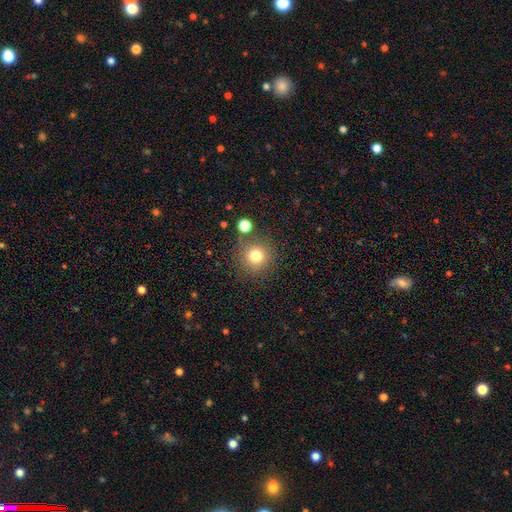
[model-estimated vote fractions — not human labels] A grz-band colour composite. It shows a smooth galaxy with no disk features (77%) that is round (93%). Merging: none (81%).